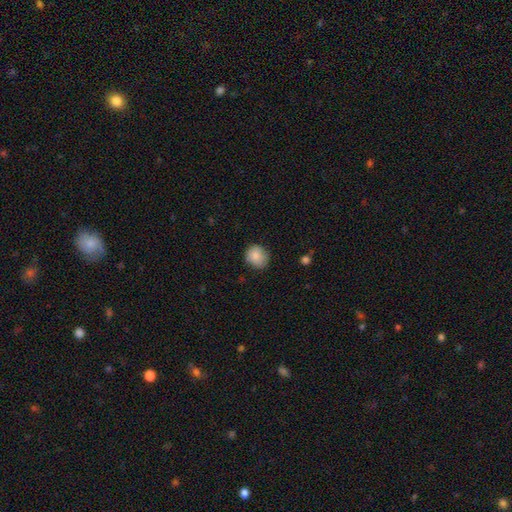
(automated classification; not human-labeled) Morphology: type=smooth (86%); roundness=round (80%); merging=none (78%).